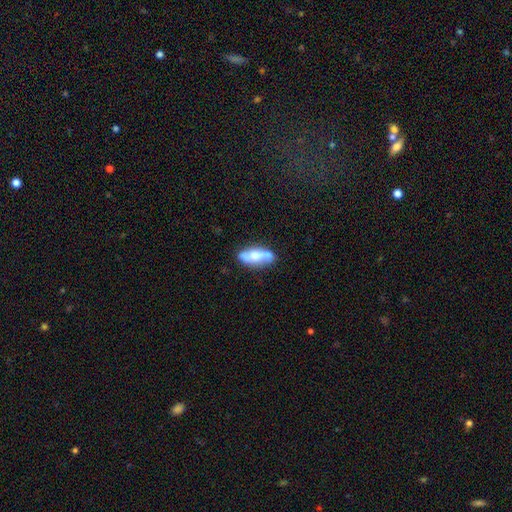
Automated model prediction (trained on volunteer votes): A featured or disk galaxy (52%).

Vote fractions:
- Smooth or featured? featured or disk: 52% / smooth: 41% / star or artifact: 6%
- Edge-on disk? no: 66% / yes: 34%
- Merging? none: 75% / minor disturbance: 18% / major disturbance: 4% / merger: 4%